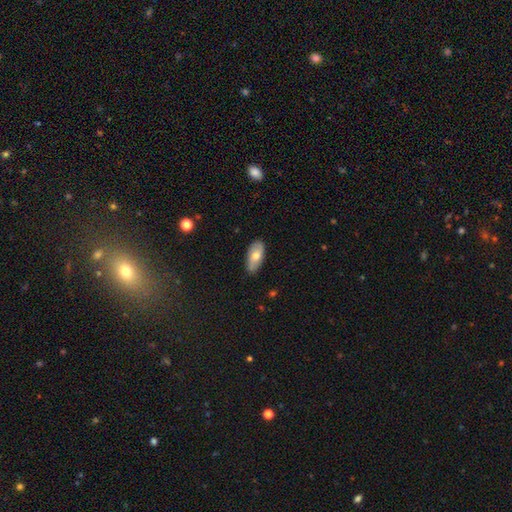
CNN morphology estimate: smooth-or-featured: smooth: 66% | featured or disk: 28% | star or artifact: 6%
  how-rounded: in between: 89% | cigar-shaped: 8% | round: 3%
  merging: none: 82% | minor disturbance: 14% | major disturbance: 2% | merger: 1%